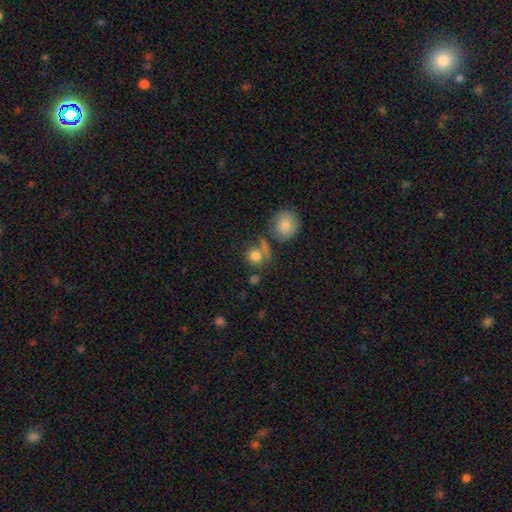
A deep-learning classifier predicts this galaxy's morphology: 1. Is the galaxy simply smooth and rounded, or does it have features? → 79% smooth, 14% star or artifact, 7% featured or disk.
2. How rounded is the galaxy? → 79% round, 19% in between, 2% cigar-shaped.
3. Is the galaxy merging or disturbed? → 58% none, 24% merger, 12% minor disturbance, 7% major disturbance.